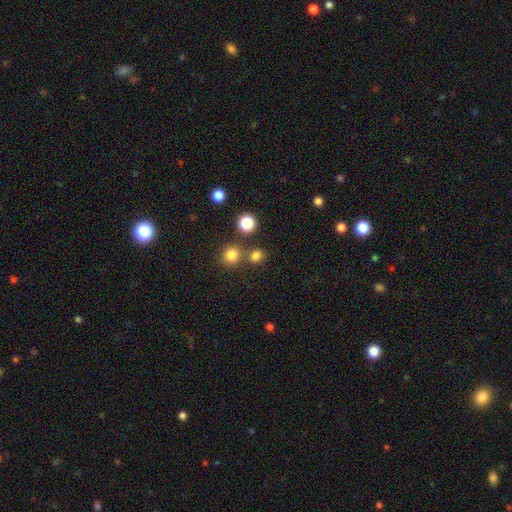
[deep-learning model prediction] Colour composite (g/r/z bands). It shows a smooth galaxy with no disk features (78%) that is round (77%). Merging: none (70%).